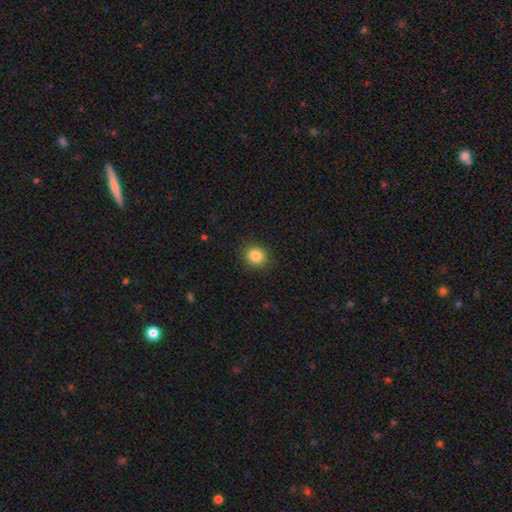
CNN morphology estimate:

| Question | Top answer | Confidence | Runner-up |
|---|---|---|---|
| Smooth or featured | smooth | 85% | star or artifact (10%) |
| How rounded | round | 87% | in between (12%) |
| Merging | none | 90% | minor disturbance (7%) |